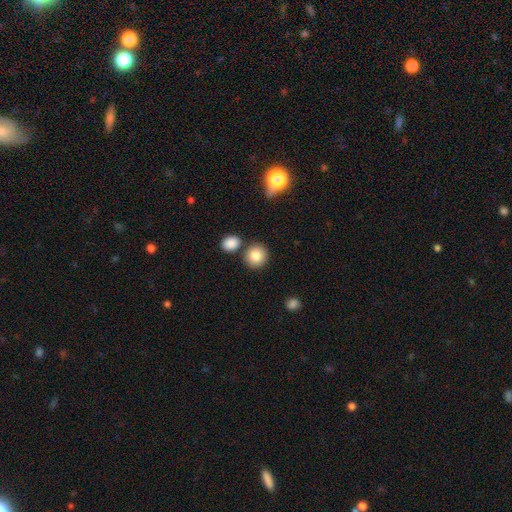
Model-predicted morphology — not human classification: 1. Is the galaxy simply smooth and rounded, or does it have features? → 84% smooth, 9% star or artifact, 7% featured or disk.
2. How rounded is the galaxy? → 87% round, 12% in between, 1% cigar-shaped.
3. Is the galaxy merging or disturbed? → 78% none, 11% merger, 8% minor disturbance, 2% major disturbance.